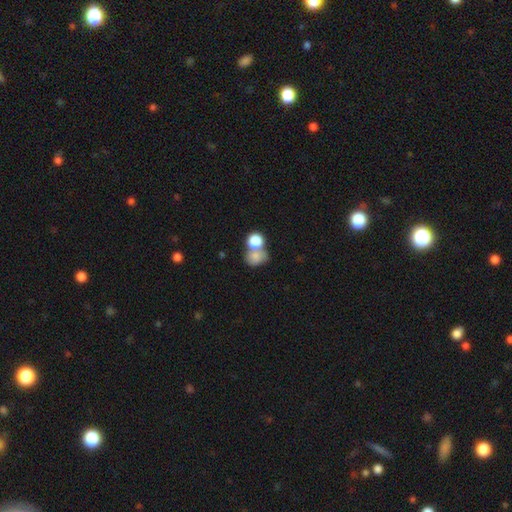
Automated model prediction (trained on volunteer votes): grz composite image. It shows a smooth galaxy with no disk features (77%) that is round (64%). Merging: merger (48%).